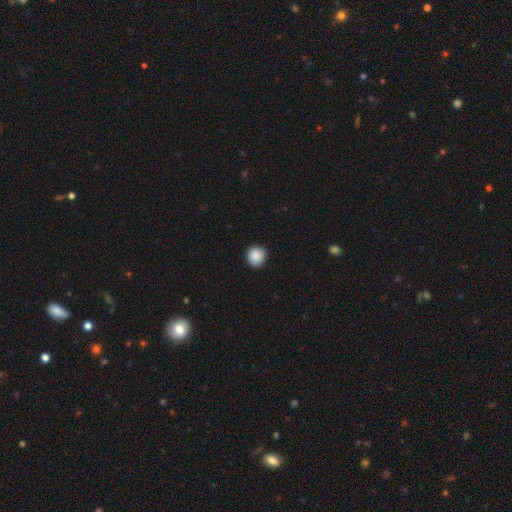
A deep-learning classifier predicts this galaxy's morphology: smooth-or-featured: smooth: 89% | star or artifact: 8% | featured or disk: 4%
  how-rounded: round: 94% | in between: 5% | cigar-shaped: 1%
  merging: none: 90% | minor disturbance: 7% | major disturbance: 2% | merger: 1%